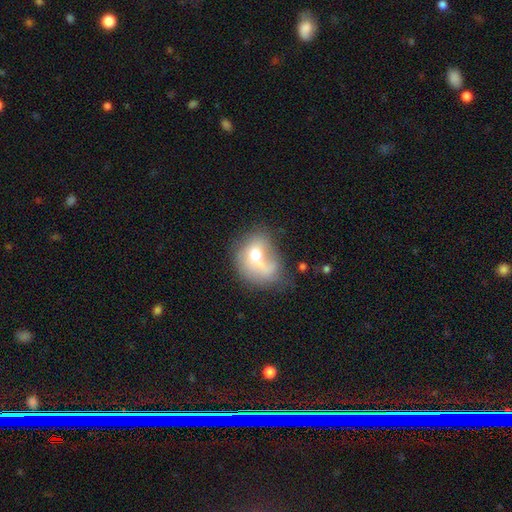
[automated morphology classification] smooth 52%, featured or disk 38%, star or artifact 10%. Down the decision tree: how rounded — in between (51%); merging — major disturbance (29%).